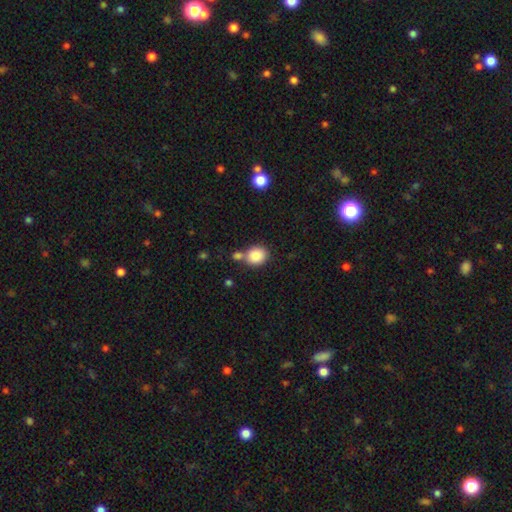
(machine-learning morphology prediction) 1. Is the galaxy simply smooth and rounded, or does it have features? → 86% smooth, 9% star or artifact, 6% featured or disk.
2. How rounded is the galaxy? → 71% round, 28% in between, 1% cigar-shaped.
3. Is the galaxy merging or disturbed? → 57% none, 27% merger, 12% minor disturbance, 4% major disturbance.